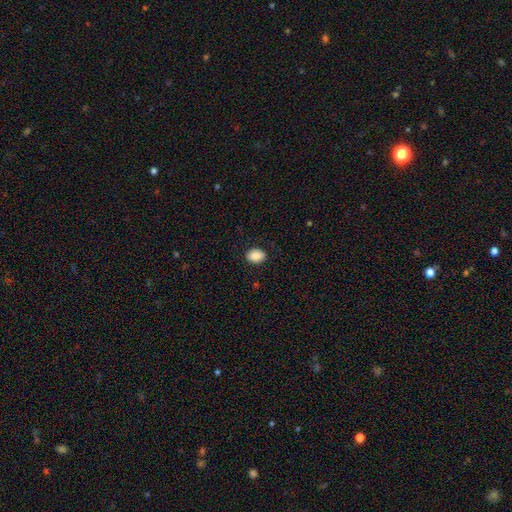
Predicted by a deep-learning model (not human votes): This appears to be a smooth galaxy with no disk features (88%) that is in between round and cigar-shaped (72%). Merging: none (89%).